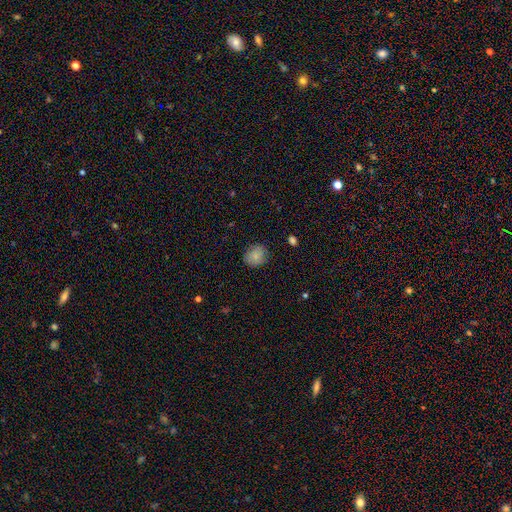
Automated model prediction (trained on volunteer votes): smooth_or_featured: smooth (p=0.83) [alt: featured or disk p=0.08]
how_rounded: round (p=0.67) [alt: in between p=0.32]
merging: none (p=0.84) [alt: minor disturbance p=0.12]